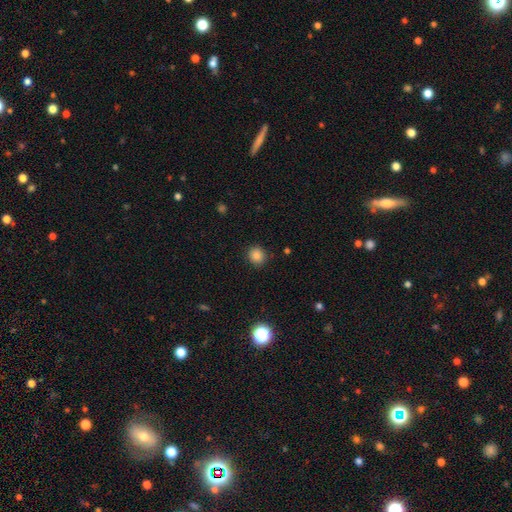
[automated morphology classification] Smooth or featured? smooth (84%)
How rounded? round (85%)
Merging? none (89%)